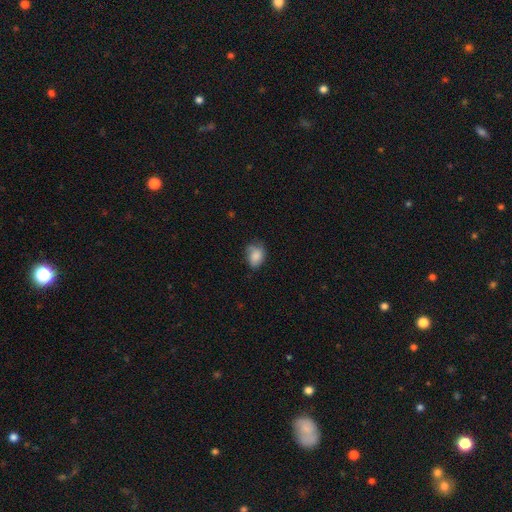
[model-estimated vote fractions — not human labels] This is likely a smooth galaxy (80%). How rounded: likely in between (69%). Merging: possibly none (53%).